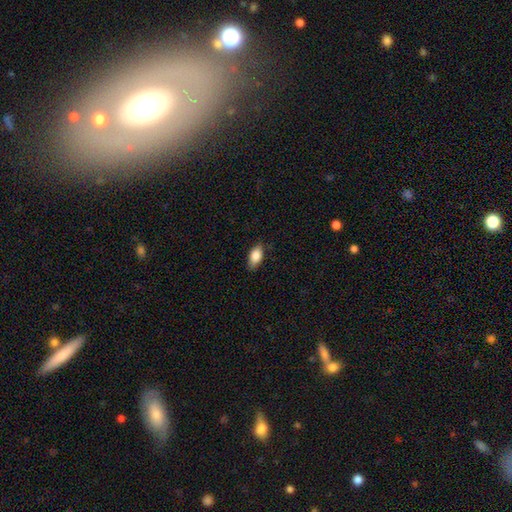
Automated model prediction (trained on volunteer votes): Q: Smooth or featured?
A: smooth (85%); runner-up: featured or disk (8%)
Q: How rounded?
A: in between (90%); runner-up: cigar-shaped (5%)
Q: Merging?
A: none (82%); runner-up: minor disturbance (14%)